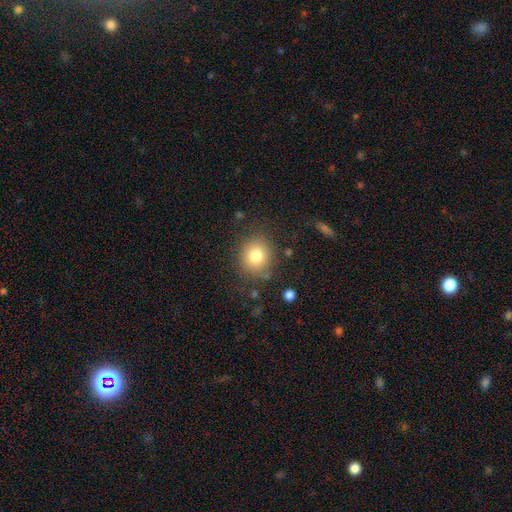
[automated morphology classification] The model was most divided on "how rounded": round: 79%, in between: 20%, cigar-shaped: 1%. More confident: merging — none (81%); smooth or featured — smooth (79%).